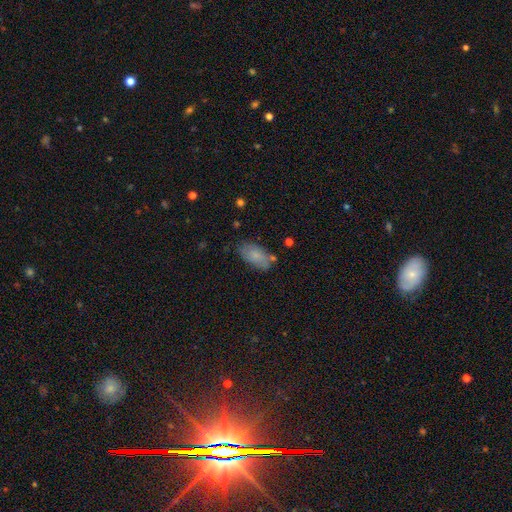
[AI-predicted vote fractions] The model was most divided on "merging": none: 67%, minor disturbance: 22%, major disturbance: 5%, merger: 5%. More confident: how rounded — in between (92%); smooth or featured — smooth (77%).